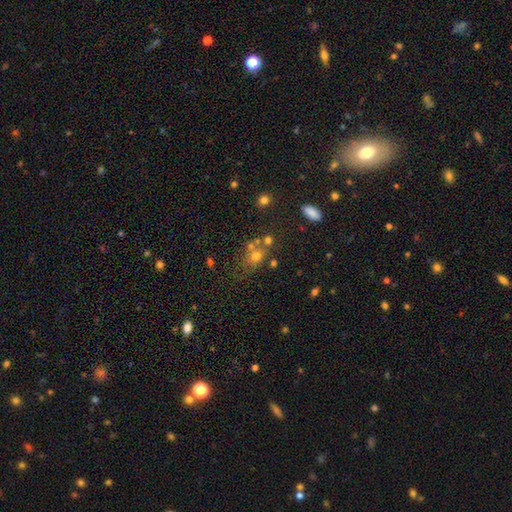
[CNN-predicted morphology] Q: Smooth or featured?
A: smooth (57%); runner-up: star or artifact (24%)
Q: How rounded?
A: round (57%); runner-up: in between (40%)
Q: Merging?
A: none (48%); runner-up: merger (31%)